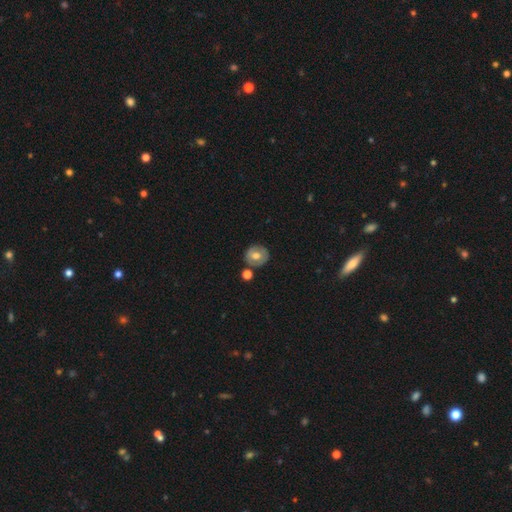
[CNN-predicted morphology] Smooth or featured? smooth (57%)
How rounded? round (83%)
Merging? none (77%)